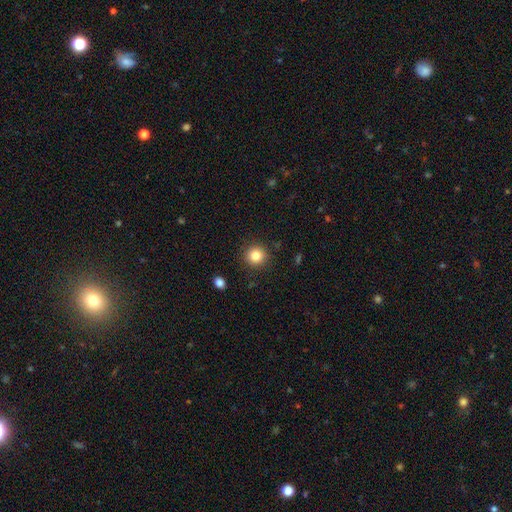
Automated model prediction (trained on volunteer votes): Smooth or featured: smooth — 83% (star or artifact — 11%)
How rounded: round — 94% (in between — 5%)
Merging: none — 91% (minor disturbance — 6%)